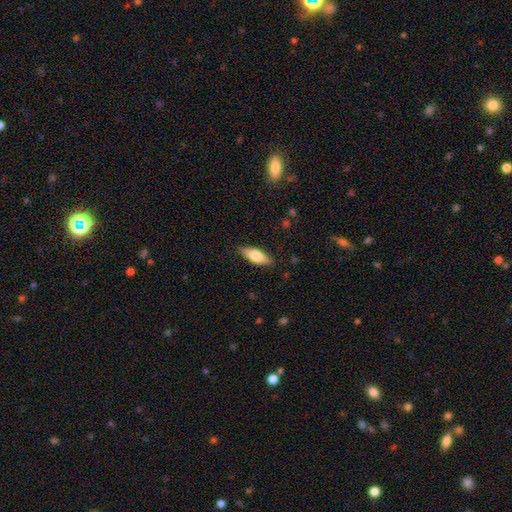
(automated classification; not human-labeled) Overall: smooth (68%). How rounded: in between (70%). Merging: none (85%).